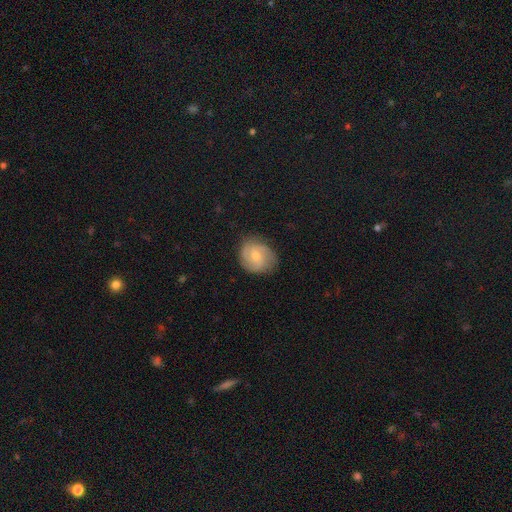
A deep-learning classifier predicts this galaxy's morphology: Smooth or featured? Predicted: featured or disk (p=0.62). Edge-on disk? Predicted: no (p=0.98). Bar? Predicted: no (p=0.59). Spiral arms? Predicted: yes (p=0.91). Spiral winding? Predicted: medium (p=0.44). Spiral arm count? Predicted: 2 (p=0.36). Bulge size? Predicted: small (p=0.47, tied with moderate). Merging? Predicted: none (p=0.75).